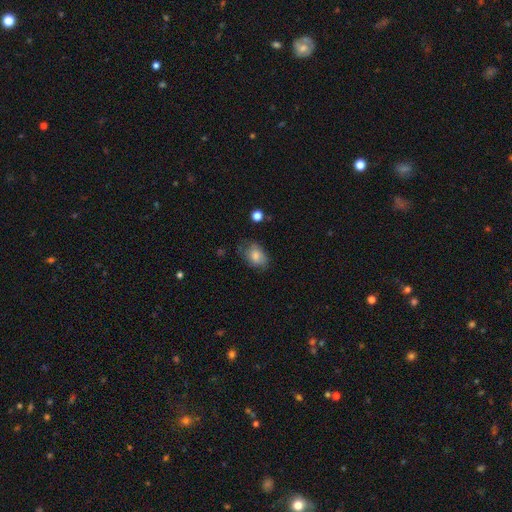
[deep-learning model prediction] The model was most divided on "merging": none: 59%, minor disturbance: 29%, major disturbance: 11%, merger: 2%. More confident: how rounded — in between (78%); smooth or featured — smooth (77%).